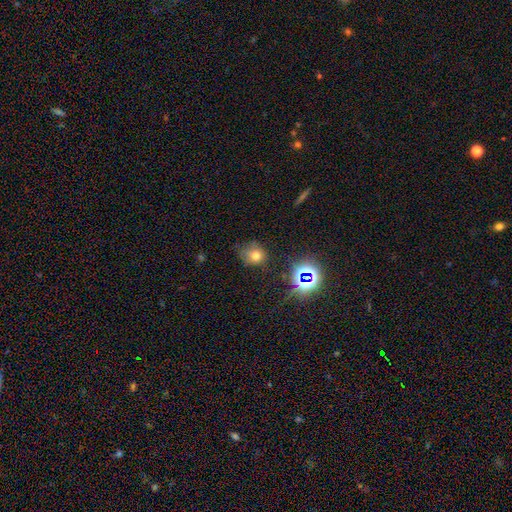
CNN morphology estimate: The model was most divided on "how rounded": round: 64%, in between: 35%, cigar-shaped: 1%. More confident: smooth or featured — smooth (66%); merging — none (58%).